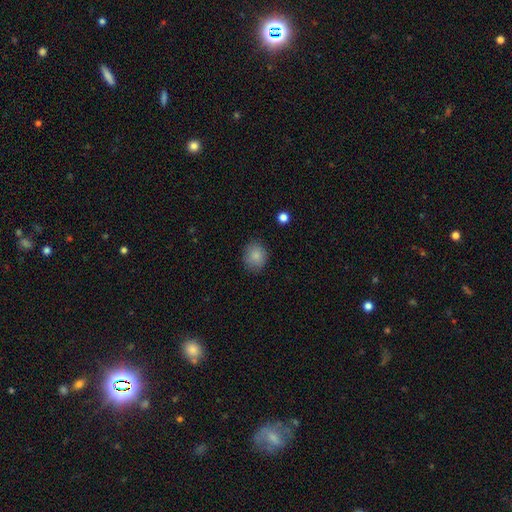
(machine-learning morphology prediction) Smooth or featured?
  - smooth: 86% *
  - star or artifact: 9%
  - featured or disk: 5%
How rounded?
  - round: 70% *
  - in between: 29%
  - cigar-shaped: 1%
Merging?
  - none: 84% *
  - minor disturbance: 12%
  - major disturbance: 3%
  - merger: 1%